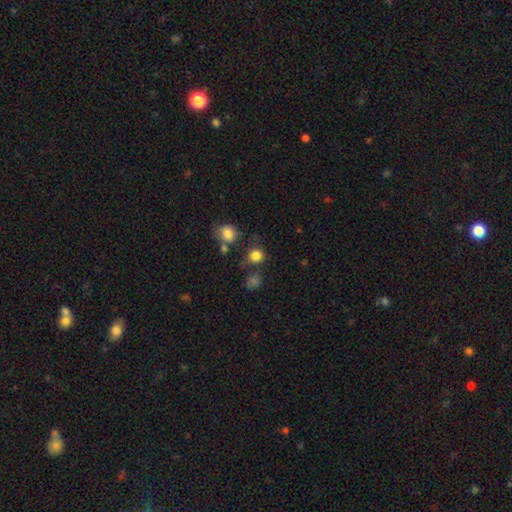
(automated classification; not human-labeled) This appears to be a smooth galaxy with no disk features (82%) that is round (83%). Merging: none (71%).